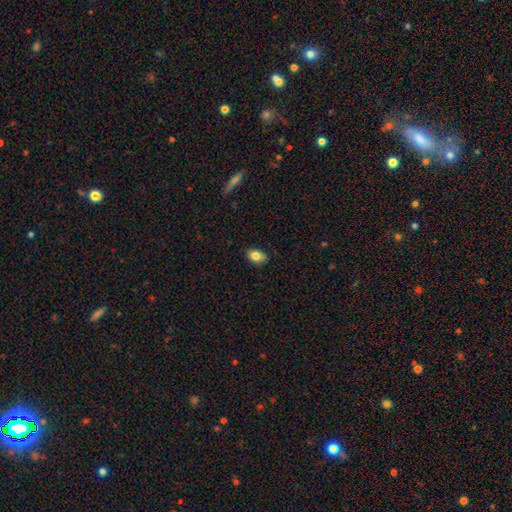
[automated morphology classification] A smooth galaxy with no disk features (82%) that is in between round and cigar-shaped (84%).

Vote fractions:
- Smooth or featured? smooth: 82% / featured or disk: 10% / star or artifact: 8%
- How rounded? in between: 84% / round: 14% / cigar-shaped: 2%
- Merging? none: 84% / minor disturbance: 13% / major disturbance: 2% / merger: 1%